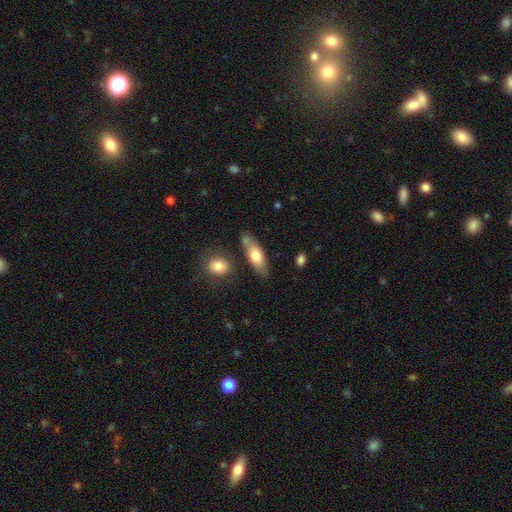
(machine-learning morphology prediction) The model was most divided on "how rounded": in between: 63%, cigar-shaped: 34%, round: 3%. More confident: merging — none (70%); smooth or featured — smooth (66%).